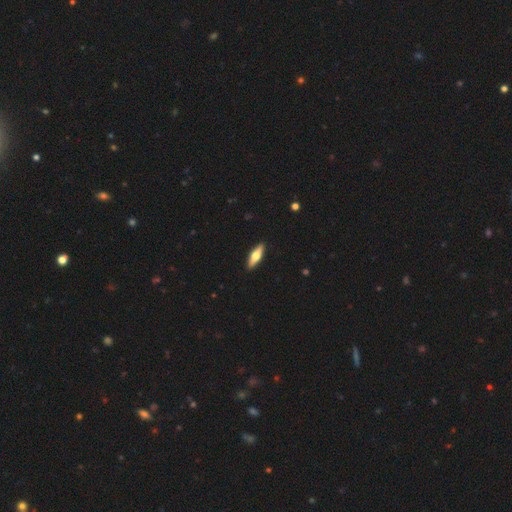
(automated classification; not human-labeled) This is possibly a smooth galaxy (53%). How rounded: possibly cigar-shaped (54%). Merging: clearly none (92%).